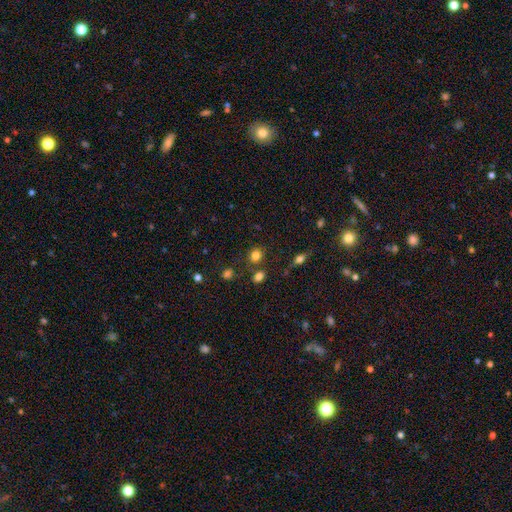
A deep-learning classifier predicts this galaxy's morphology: smooth-or-featured: smooth: 80% | star or artifact: 14% | featured or disk: 6%
  how-rounded: round: 79% | in between: 20% | cigar-shaped: 1%
  merging: none: 77% | minor disturbance: 10% | merger: 9% | major disturbance: 4%